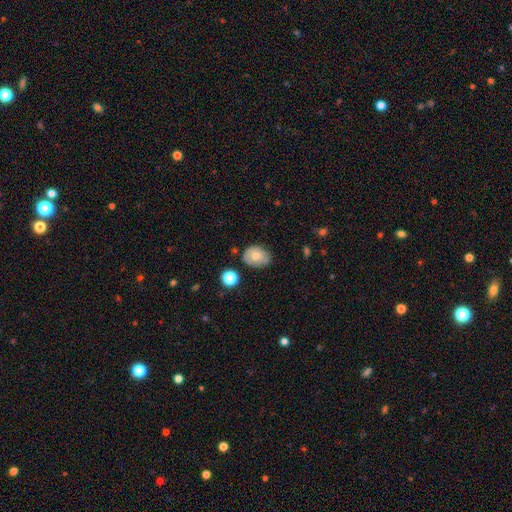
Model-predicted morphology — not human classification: The model was most divided on "how rounded": in between: 57%, round: 42%, cigar-shaped: 1%. More confident: smooth or featured — smooth (65%); merging — none (64%).